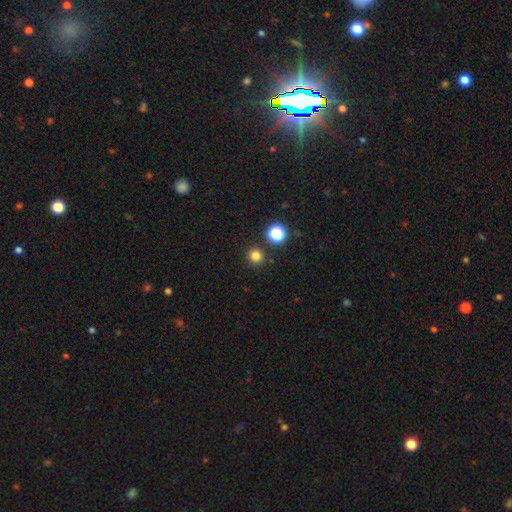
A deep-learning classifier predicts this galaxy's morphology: The model was most divided on "smooth or featured": smooth: 80%, star or artifact: 16%, featured or disk: 4%. More confident: how rounded — round (95%); merging — none (89%).